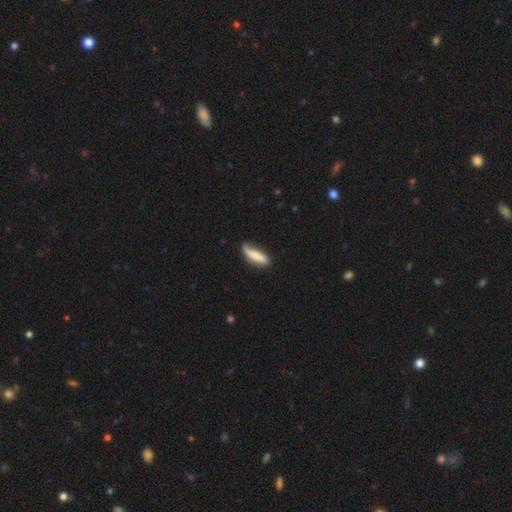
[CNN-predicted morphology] A smooth galaxy with no disk features (70%) that is cigar-shaped (61%).

Vote fractions:
- Smooth or featured? smooth: 70% / featured or disk: 24% / star or artifact: 6%
- How rounded? cigar-shaped: 61% / in between: 37% / round: 2%
- Merging? none: 62% / minor disturbance: 28% / major disturbance: 7% / merger: 3%